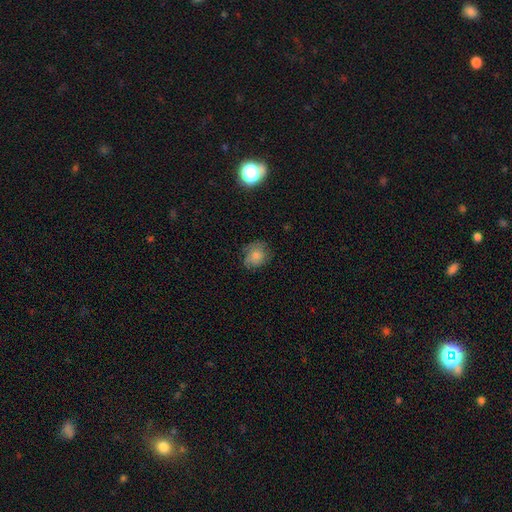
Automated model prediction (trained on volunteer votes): This appears to be a smooth galaxy with no disk features (63%) that is round (62%). Merging: none (65%).